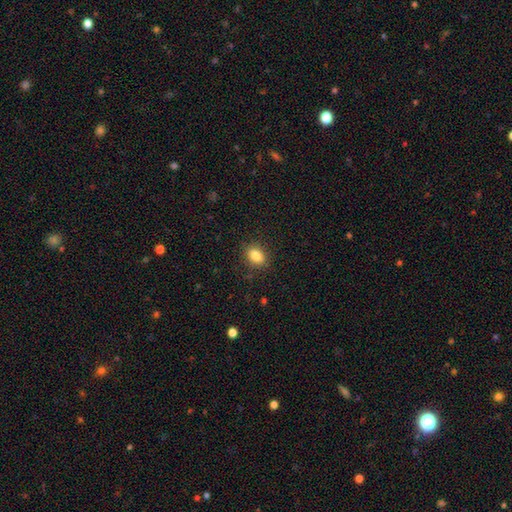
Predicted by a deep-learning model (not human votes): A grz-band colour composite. It shows a smooth galaxy with no disk features (84%) that is in between round and cigar-shaped (67%). Merging: none (87%).